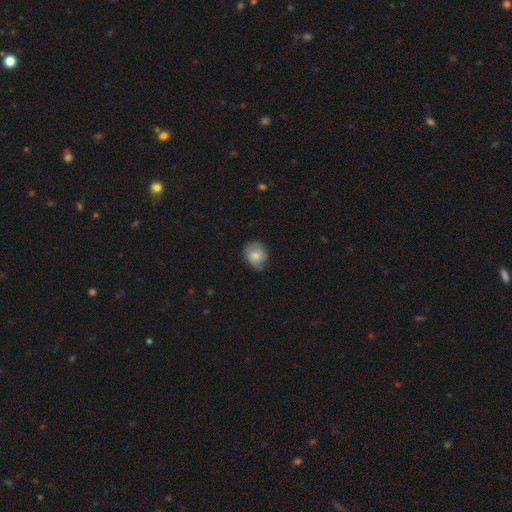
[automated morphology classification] Smooth or featured: smooth — 60% (featured or disk — 33%)
How rounded: round — 58% (in between — 41%)
Merging: none — 64% (minor disturbance — 27%)